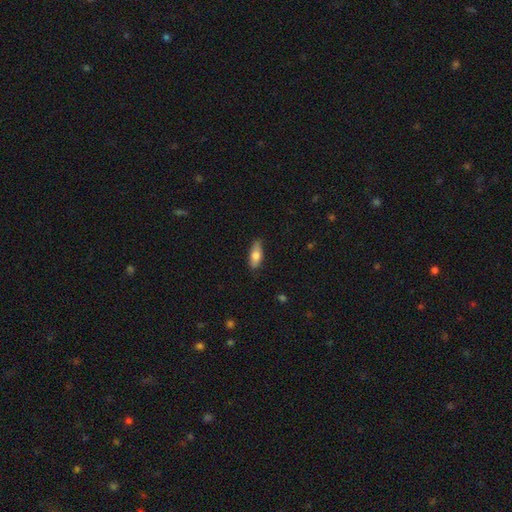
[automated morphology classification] Smooth or featured: smooth — 75% (featured or disk — 19%)
How rounded: in between — 71% (cigar-shaped — 26%)
Merging: none — 83% (minor disturbance — 13%)